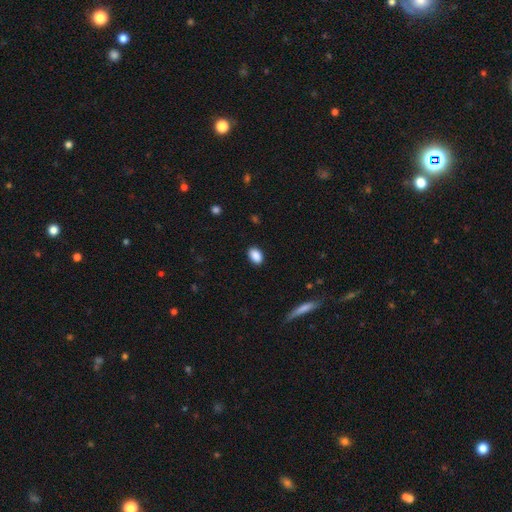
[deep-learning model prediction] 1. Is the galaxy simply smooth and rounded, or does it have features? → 89% smooth, 7% star or artifact, 4% featured or disk.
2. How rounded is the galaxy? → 88% in between, 10% round, 2% cigar-shaped.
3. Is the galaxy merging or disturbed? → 89% none, 8% minor disturbance, 2% major disturbance, 1% merger.